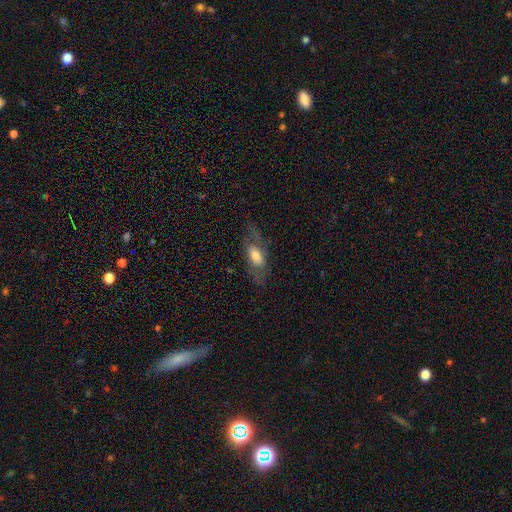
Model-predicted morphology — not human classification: Smooth or featured: featured or disk — 50% (smooth — 42%)
Edge-on disk: no — 75% (yes — 25%)
Merging: none — 64% (minor disturbance — 18%)